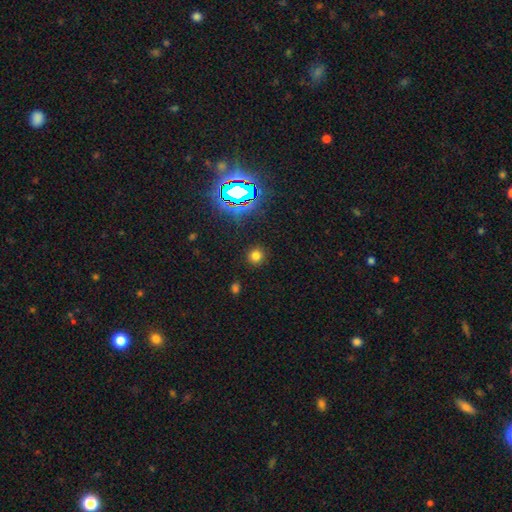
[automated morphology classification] smooth_or_featured: smooth (p=0.70) [alt: star or artifact p=0.23]
how_rounded: round (p=0.90) [alt: in between p=0.09]
merging: none (p=0.89) [alt: minor disturbance p=0.06]